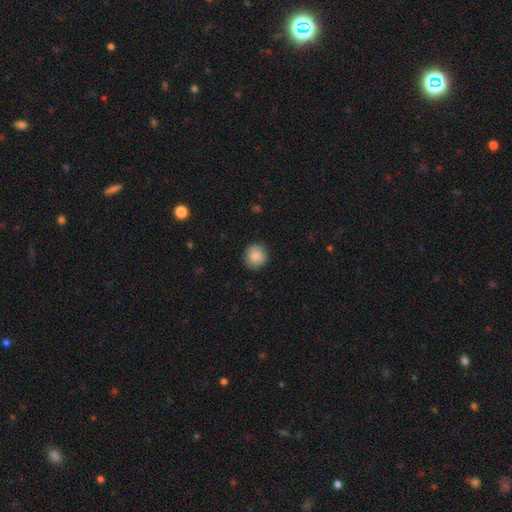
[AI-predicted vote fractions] The model was most divided on "smooth or featured": smooth: 86%, star or artifact: 8%, featured or disk: 6%. More confident: how rounded — round (92%); merging — none (89%).